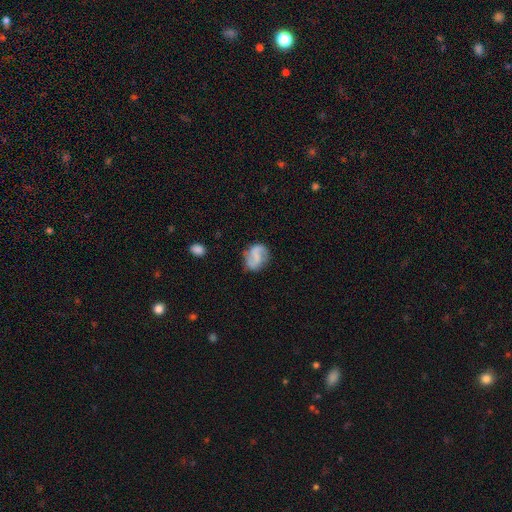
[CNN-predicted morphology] This appears to be a featured or disk galaxy (63%) with a weak bar (42%), 2 (87%) loose (50%) spiral arms (87%) and no central bulge (55%). Merging: none (72%).